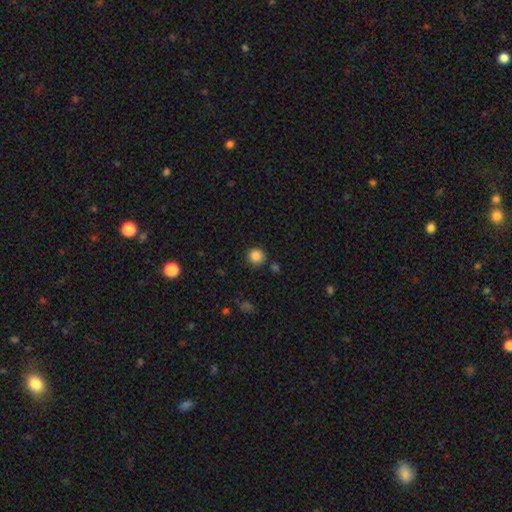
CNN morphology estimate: type=smooth (86%); roundness=round (93%); merging=none (85%).